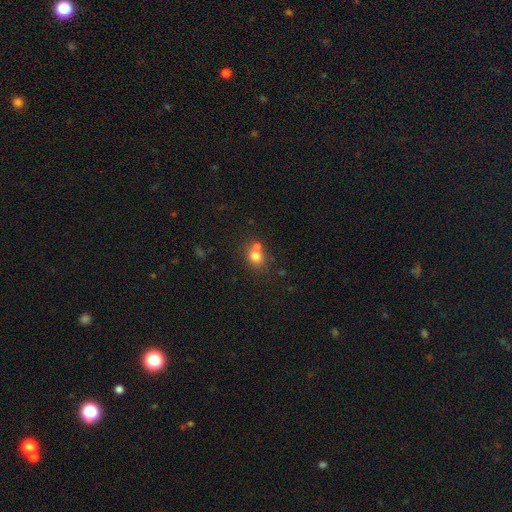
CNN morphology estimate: A smooth galaxy with no disk features (76%) that is round (70%). Merging: none (49%).